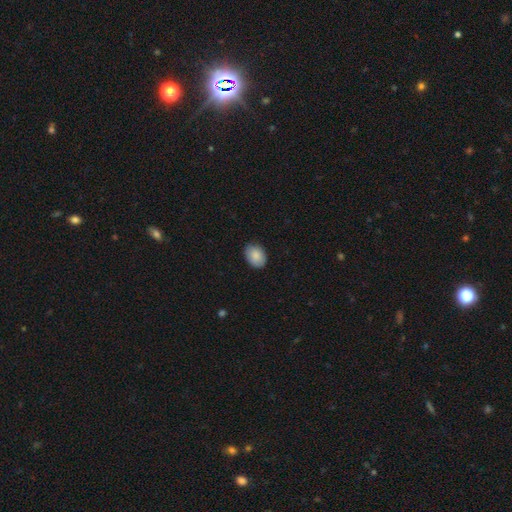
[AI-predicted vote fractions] Q: Smooth or featured?
A: smooth (88%); runner-up: star or artifact (7%)
Q: How rounded?
A: in between (75%); runner-up: round (24%)
Q: Merging?
A: none (85%); runner-up: minor disturbance (12%)